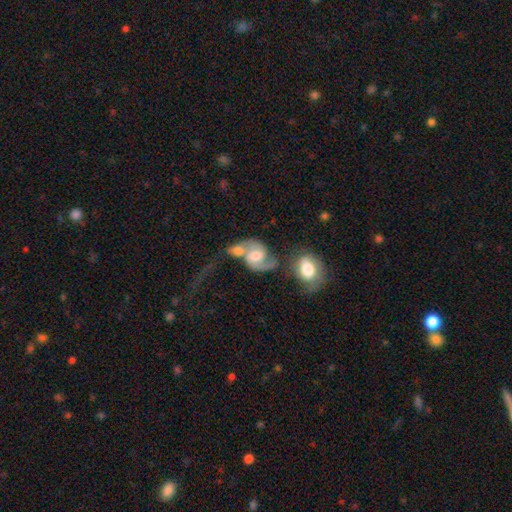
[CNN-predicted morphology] The model was most divided on "bar": weak: 45%, no: 40%, strong: 15%. Remaining: edge-on disk — no (97%); spiral arms — yes (90%); spiral arm count — 2 (86%); smooth or featured — featured or disk (73%); bulge size — moderate (57%); merging — merger (54%); spiral winding — medium (47%).